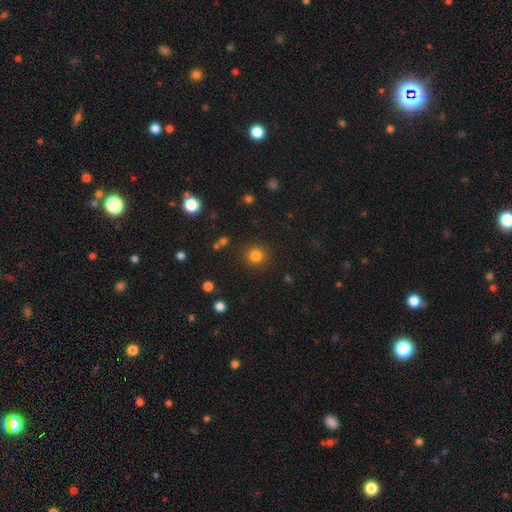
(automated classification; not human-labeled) Morphology: type=smooth (82%); roundness=round (92%); merging=none (88%).